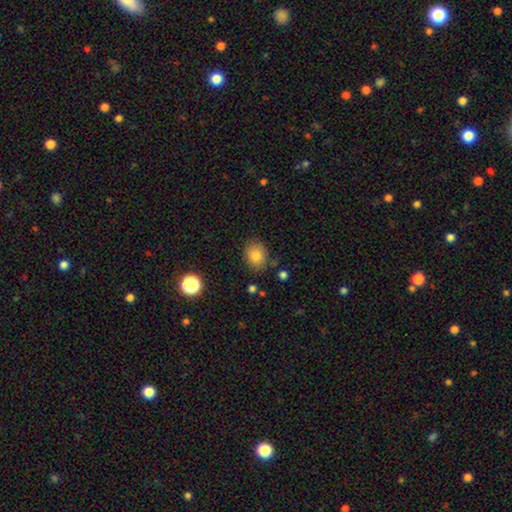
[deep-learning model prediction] Q: Smooth or featured?
A: smooth (82%); runner-up: star or artifact (11%)
Q: How rounded?
A: round (62%); runner-up: in between (37%)
Q: Merging?
A: none (80%); runner-up: minor disturbance (13%)